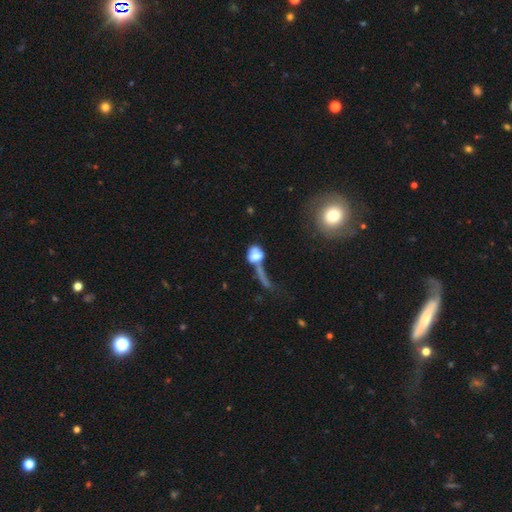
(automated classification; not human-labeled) This appears to be a smooth galaxy with no disk features (55%) that is in between round and cigar-shaped (54%). Merging: major disturbance (37%).